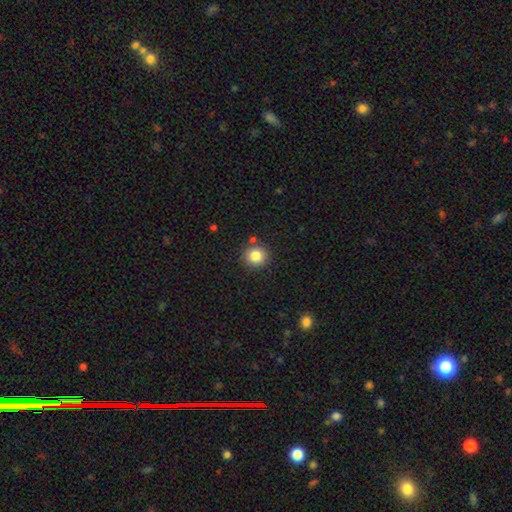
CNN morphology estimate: Smooth or featured: smooth — 83% (star or artifact — 11%)
How rounded: round — 90% (in between — 9%)
Merging: none — 86% (minor disturbance — 8%)